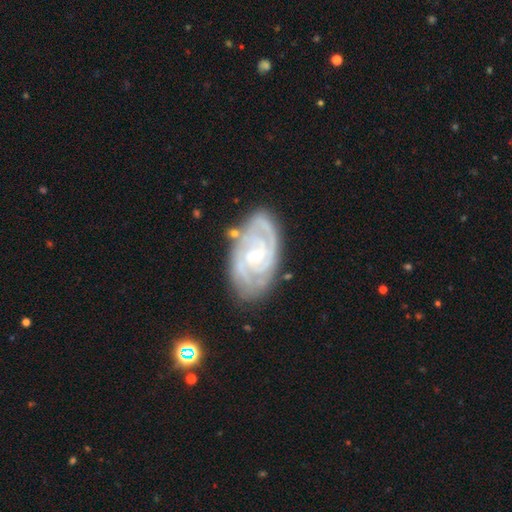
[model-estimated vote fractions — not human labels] This is clearly a featured or disk galaxy (90%). It is clearly not viewed edge-on (97%). Bar: possibly no (47%). Spiral arm pattern: clearly yes (98%). Spiral arm count: marginally 2 (45%). Spiral winding: likely tight (70%). Central bulge: likely small (70%). Merging: likely none (76%).